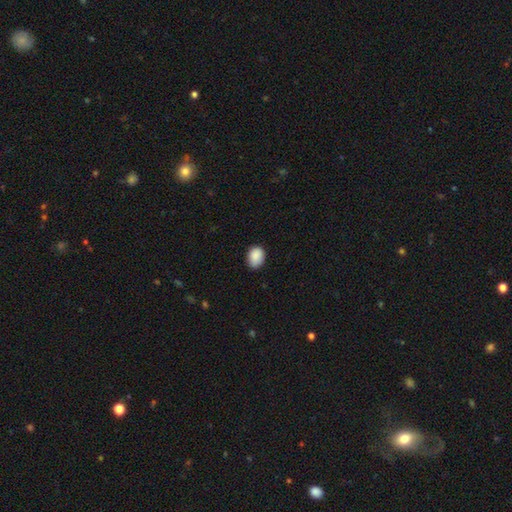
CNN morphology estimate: smooth-or-featured: smooth: 89% | star or artifact: 8% | featured or disk: 3%
  how-rounded: in between: 66% | round: 33% | cigar-shaped: 1%
  merging: none: 79% | minor disturbance: 18% | major disturbance: 3% | merger: 1%